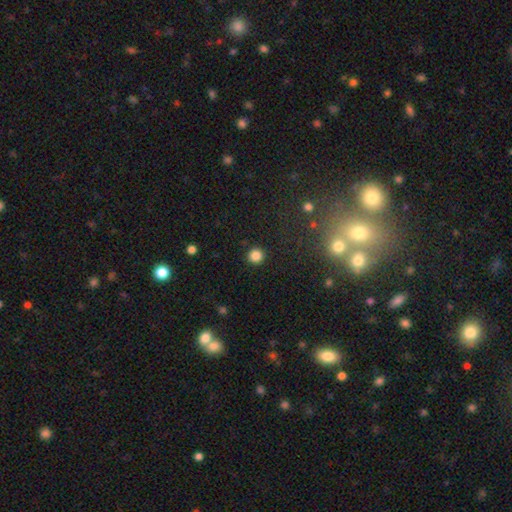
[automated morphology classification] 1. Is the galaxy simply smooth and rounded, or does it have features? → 84% smooth, 12% star or artifact, 4% featured or disk.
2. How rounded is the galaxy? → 95% round, 4% in between, 1% cigar-shaped.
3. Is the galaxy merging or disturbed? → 93% none, 5% minor disturbance, 2% major disturbance, 1% merger.